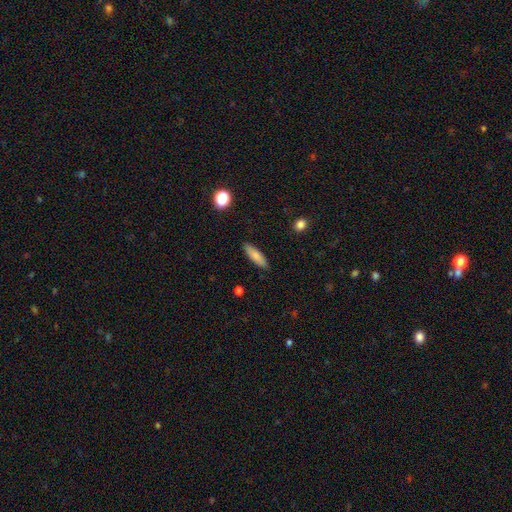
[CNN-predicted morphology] A smooth galaxy with no disk features (80%) that is cigar-shaped (62%).

Vote fractions:
- Smooth or featured? smooth: 80% / featured or disk: 13% / star or artifact: 7%
- How rounded? cigar-shaped: 62% / in between: 36% / round: 2%
- Merging? none: 89% / minor disturbance: 8% / major disturbance: 2% / merger: 1%